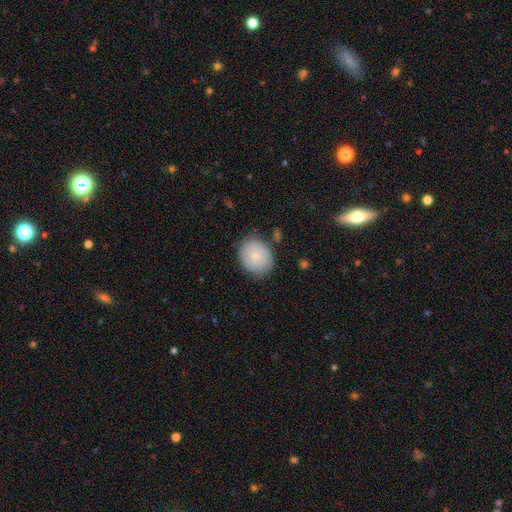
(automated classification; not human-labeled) Smooth or featured: smooth — 78% (featured or disk — 15%)
How rounded: round — 54% (in between — 45%)
Merging: none — 76% (minor disturbance — 17%)